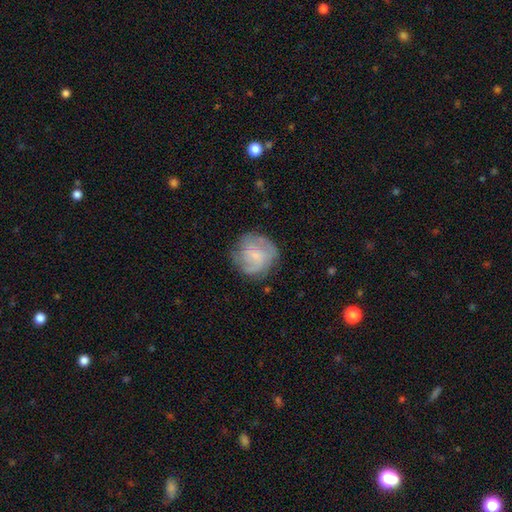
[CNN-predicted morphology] Smooth or featured? featured or disk (52%)
Edge-on disk? no (98%)
Bar? no (50%)
Spiral arms? yes (78%)
Bulge size? small (51%)
Merging? none (68%)